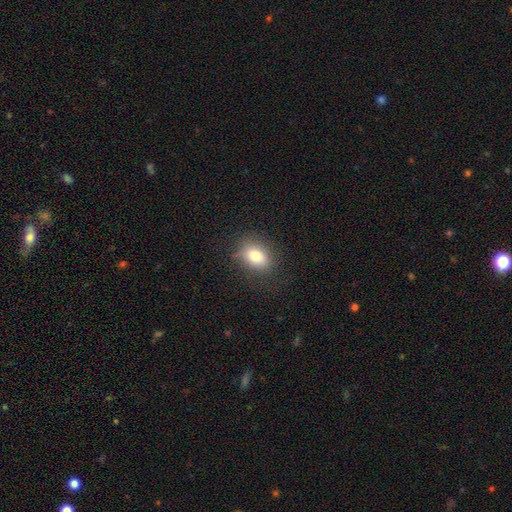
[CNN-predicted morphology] A smooth galaxy with no disk features (82%) that is in between round and cigar-shaped (70%). Merging: none (80%).